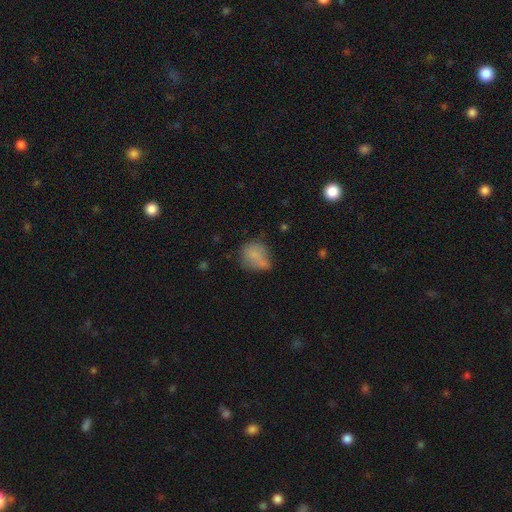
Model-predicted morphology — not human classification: Smooth or featured: smooth — 74% (featured or disk — 15%)
How rounded: round — 62% (in between — 36%)
Merging: none — 44% (minor disturbance — 28%)